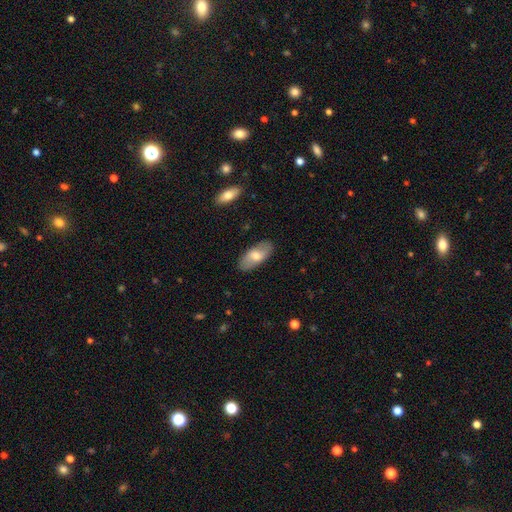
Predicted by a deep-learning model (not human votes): Smooth or featured? Predicted: smooth (p=0.64). How rounded? Predicted: in between (p=0.91). Merging? Predicted: none (p=0.85).